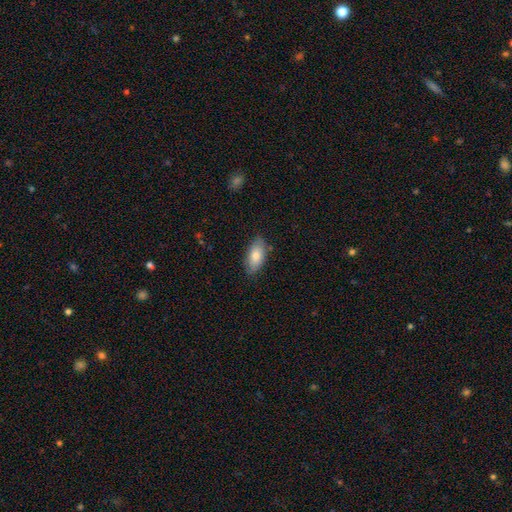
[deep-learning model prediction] A smooth galaxy with no disk features (79%) that is in between round and cigar-shaped (92%). Merging: none (80%).